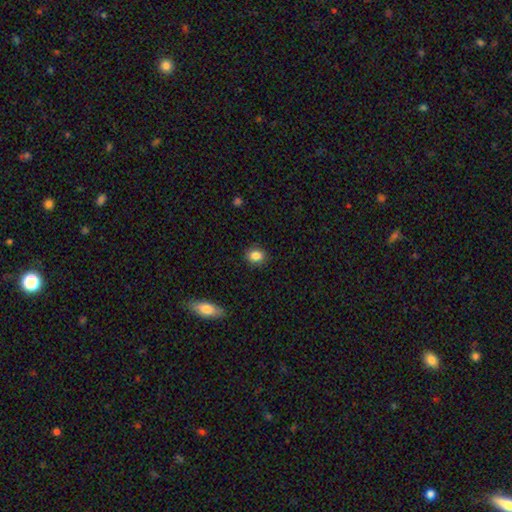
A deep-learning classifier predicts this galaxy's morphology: This is clearly a smooth galaxy (86%). How rounded: possibly round (53%). Merging: clearly none (89%).